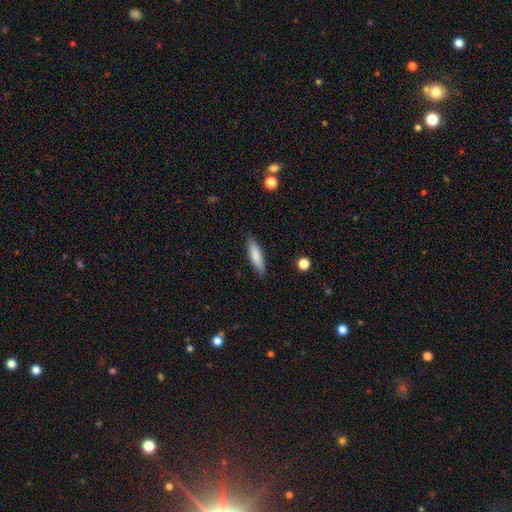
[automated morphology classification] Q: Smooth or featured?
A: smooth (81%); runner-up: featured or disk (13%)
Q: How rounded?
A: cigar-shaped (69%); runner-up: in between (30%)
Q: Merging?
A: none (85%); runner-up: minor disturbance (11%)